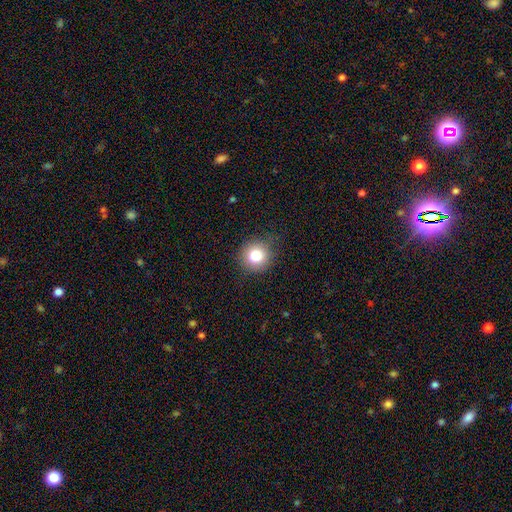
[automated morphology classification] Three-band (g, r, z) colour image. It shows a smooth galaxy with no disk features (82%) that is round (90%). Merging: none (82%).